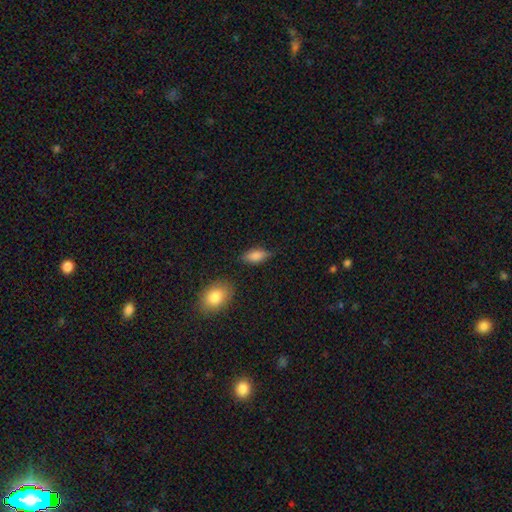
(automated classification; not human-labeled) The model was most divided on "merging": none: 73%, minor disturbance: 20%, major disturbance: 4%, merger: 3%. More confident: how rounded — in between (85%); smooth or featured — smooth (80%).